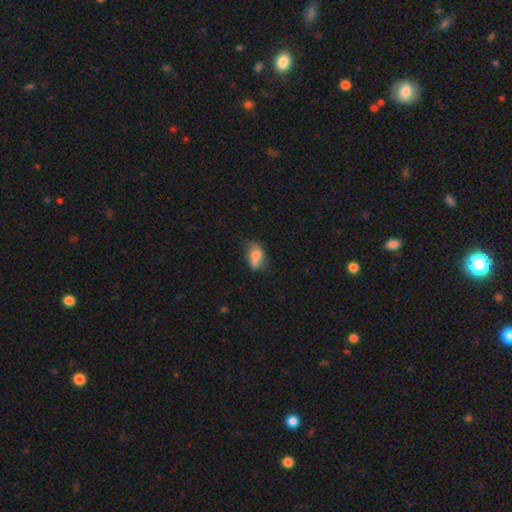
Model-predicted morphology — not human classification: Smooth or featured? smooth (69%)
How rounded? in between (80%)
Merging? none (37%)